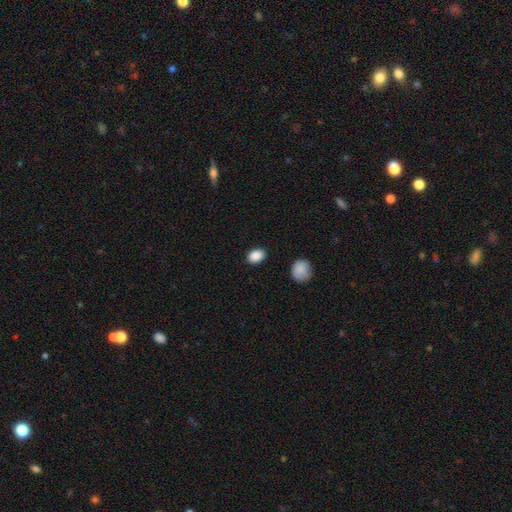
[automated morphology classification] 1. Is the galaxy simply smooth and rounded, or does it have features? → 89% smooth, 8% star or artifact, 3% featured or disk.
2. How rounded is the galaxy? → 75% in between, 23% round, 1% cigar-shaped.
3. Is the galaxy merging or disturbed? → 88% none, 8% minor disturbance, 2% major disturbance, 2% merger.